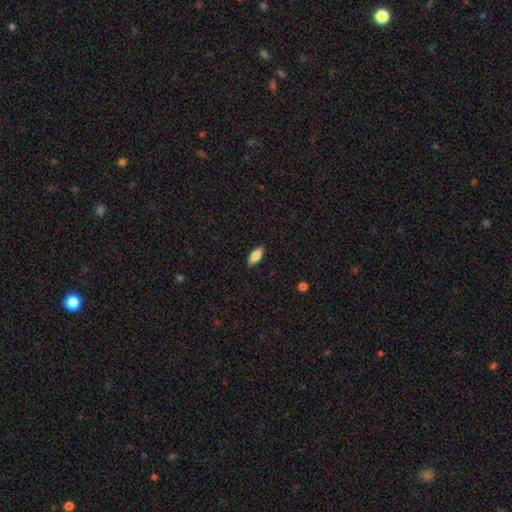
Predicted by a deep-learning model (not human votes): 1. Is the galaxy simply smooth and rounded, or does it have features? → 84% smooth, 10% featured or disk, 6% star or artifact.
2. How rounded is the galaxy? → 85% in between, 13% cigar-shaped, 2% round.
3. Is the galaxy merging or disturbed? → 88% none, 9% minor disturbance, 2% major disturbance, 1% merger.